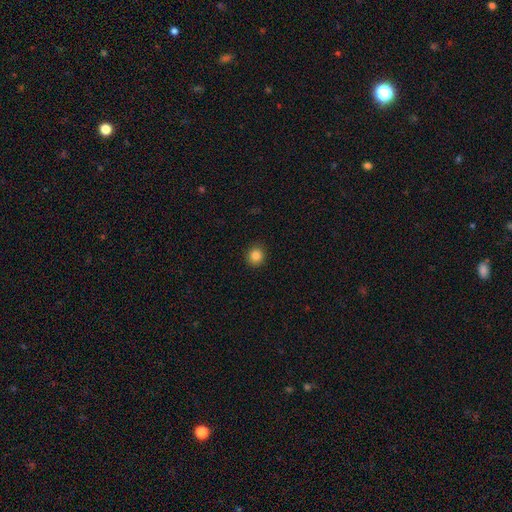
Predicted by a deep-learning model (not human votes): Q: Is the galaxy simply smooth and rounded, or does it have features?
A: smooth — 85%.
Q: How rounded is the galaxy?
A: round — 90%.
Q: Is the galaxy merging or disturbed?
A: none — 92%.